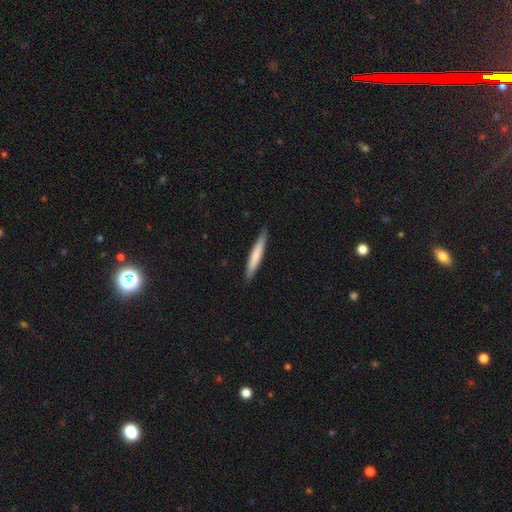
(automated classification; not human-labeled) smooth-or-featured: smooth: 70% | featured or disk: 25% | star or artifact: 5%
  how-rounded: cigar-shaped: 95% | in between: 4% | round: 1%
  merging: none: 89% | minor disturbance: 8% | major disturbance: 1% | merger: 1%